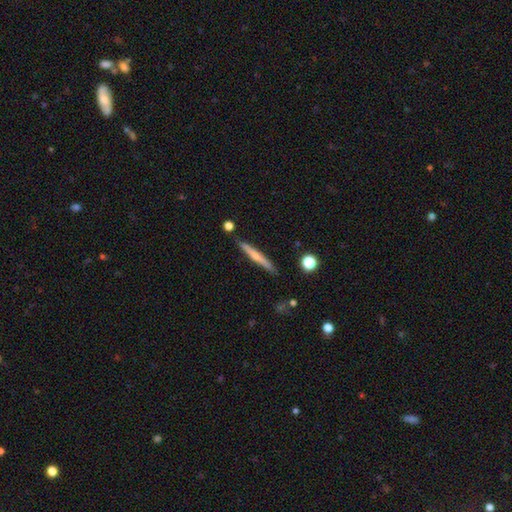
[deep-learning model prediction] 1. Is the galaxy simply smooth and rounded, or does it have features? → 52% smooth, 43% featured or disk, 6% star or artifact.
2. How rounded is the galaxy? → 95% cigar-shaped, 3% in between, 2% round.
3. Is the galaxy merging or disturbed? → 85% none, 10% minor disturbance, 3% merger, 2% major disturbance.